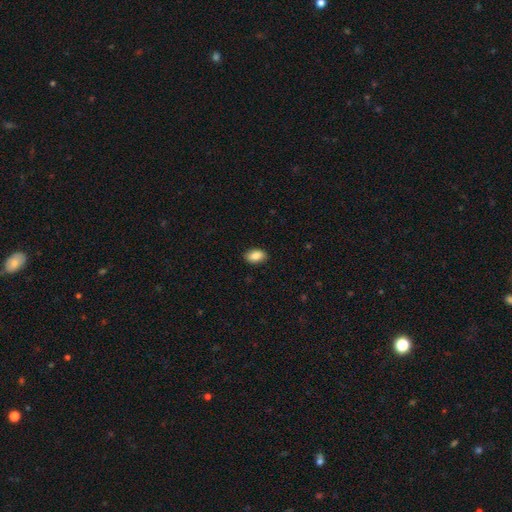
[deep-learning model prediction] smooth_or_featured: smooth (p=0.87) [alt: star or artifact p=0.07]
how_rounded: in between (p=0.92) [alt: round p=0.07]
merging: none (p=0.90) [alt: minor disturbance p=0.08]